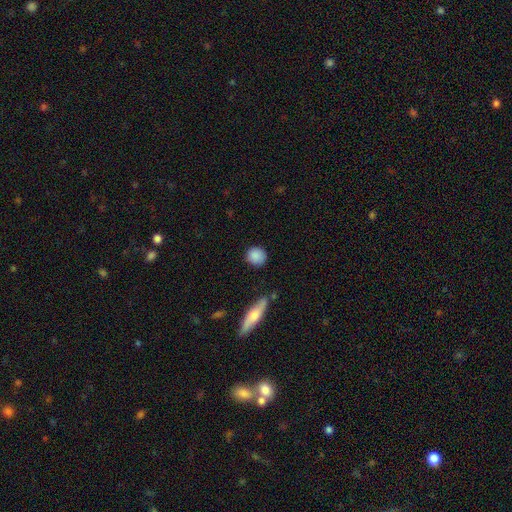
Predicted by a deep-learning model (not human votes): This appears to be a smooth galaxy with no disk features (87%) that is round (85%). Merging: none (83%).